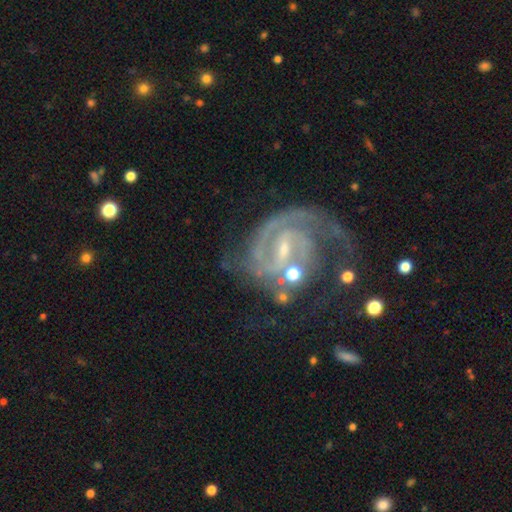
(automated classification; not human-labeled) Smooth or featured? Predicted: featured or disk (p=0.89). Edge-on disk? Predicted: no (p=0.98). Bar? Predicted: weak (p=0.49). Spiral arms? Predicted: yes (p=0.97). Spiral winding? Predicted: tight (p=0.51). Spiral arm count? Predicted: 2 (p=0.61). Bulge size? Predicted: small (p=0.69). Merging? Predicted: none (p=0.47).